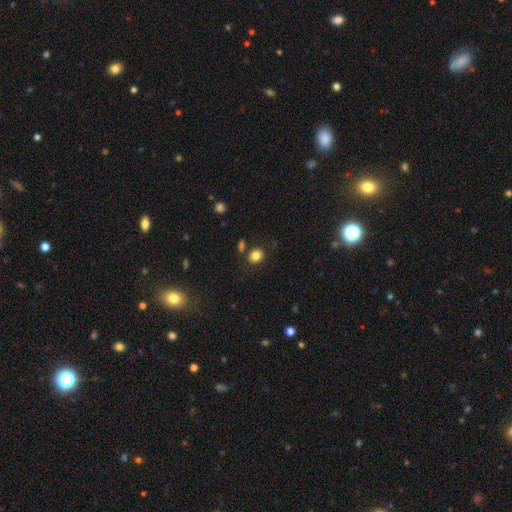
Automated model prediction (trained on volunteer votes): smooth_or_featured: smooth (p=0.83) [alt: star or artifact p=0.11]
how_rounded: round (p=0.51) [alt: in between p=0.48]
merging: none (p=0.79) [alt: minor disturbance p=0.11]